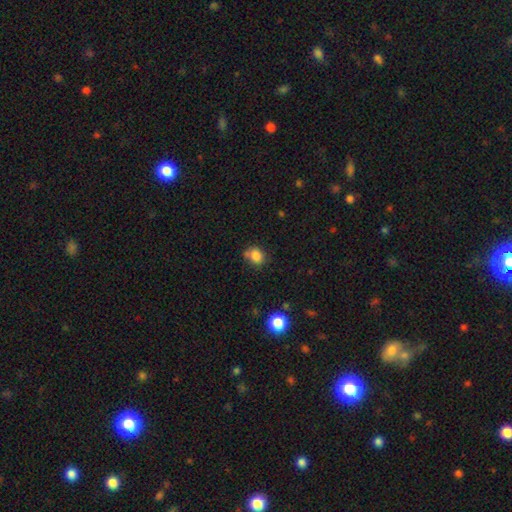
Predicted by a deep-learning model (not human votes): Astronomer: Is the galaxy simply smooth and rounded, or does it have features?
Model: smooth — 83%.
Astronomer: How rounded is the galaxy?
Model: round — 65%.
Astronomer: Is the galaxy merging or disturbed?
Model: none — 62%.